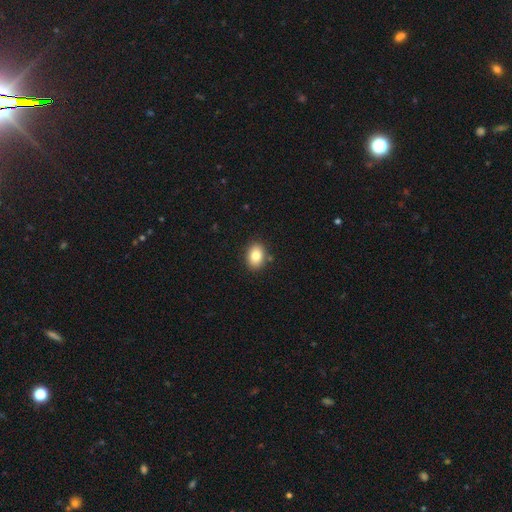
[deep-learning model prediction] Morphology: type=smooth (83%); roundness=in between (70%); merging=none (86%).